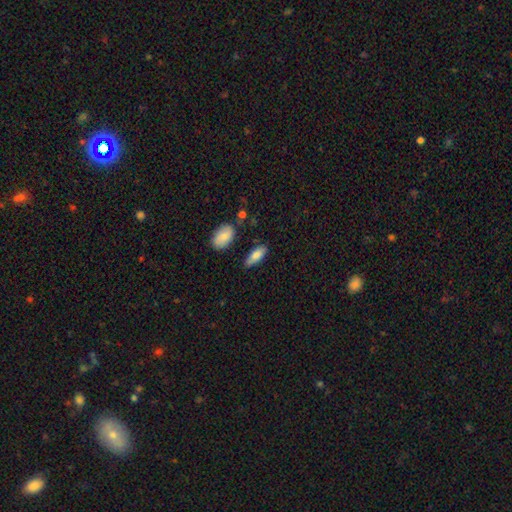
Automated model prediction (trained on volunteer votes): Smooth or featured? smooth (79%)
How rounded? in between (73%)
Merging? none (77%)